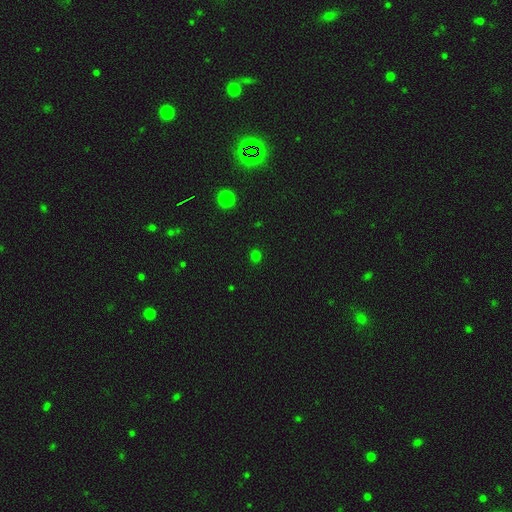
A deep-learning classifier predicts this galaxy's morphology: Smooth or featured? Predicted: smooth (p=0.71). How rounded? Predicted: round (p=0.80). Merging? Predicted: none (p=0.89).